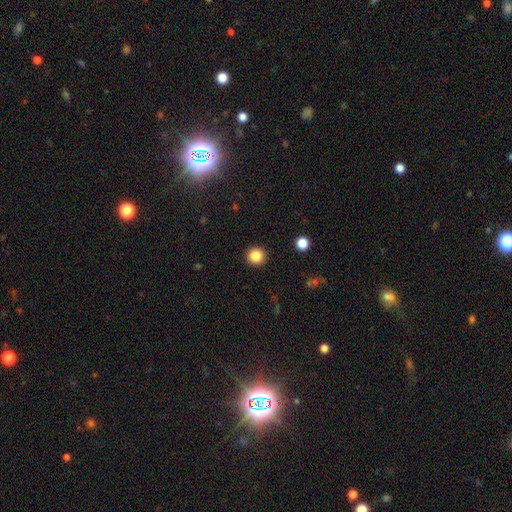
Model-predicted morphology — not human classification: A smooth galaxy with no disk features (85%) that is round (94%).

Vote fractions:
- Smooth or featured? smooth: 85% / star or artifact: 11% / featured or disk: 4%
- How rounded? round: 94% / in between: 6% / cigar-shaped: 1%
- Merging? none: 92% / minor disturbance: 5% / major disturbance: 2% / merger: 1%